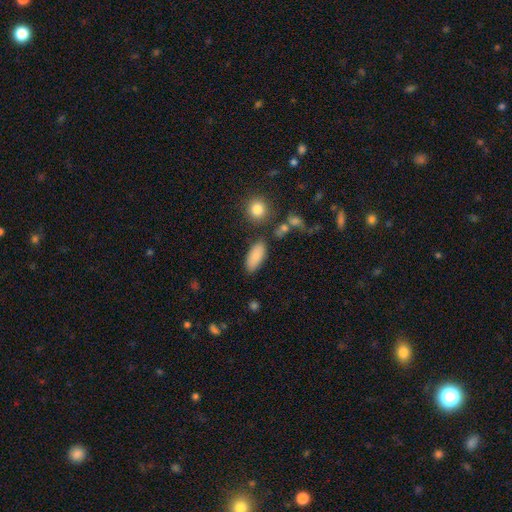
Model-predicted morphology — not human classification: This appears to be a smooth galaxy with no disk features (84%) that is in between round and cigar-shaped (84%). Merging: none (79%).